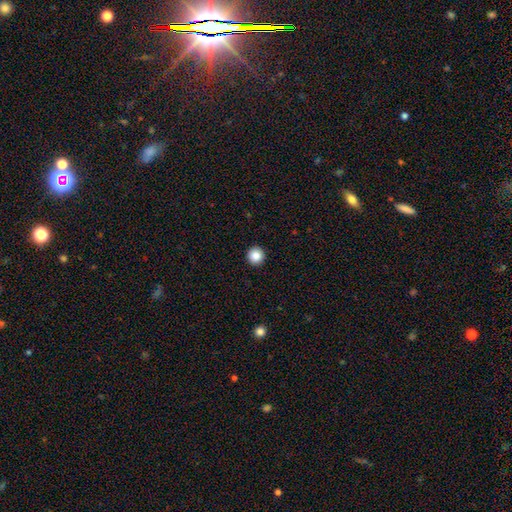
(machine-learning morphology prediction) This is clearly a smooth galaxy (87%). How rounded: clearly round (95%). Merging: clearly none (94%).